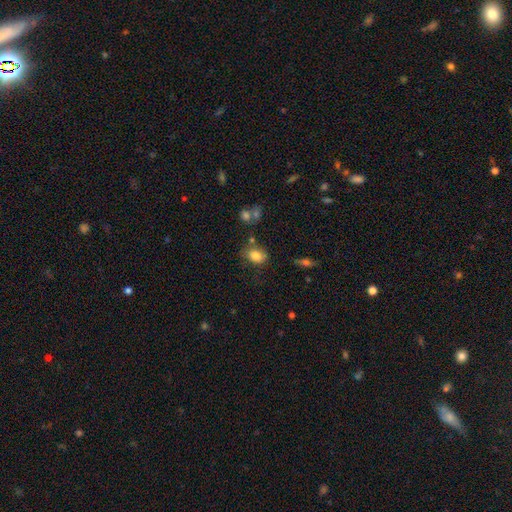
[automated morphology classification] type=smooth (80%); roundness=in between (72%); merging=none (63%).